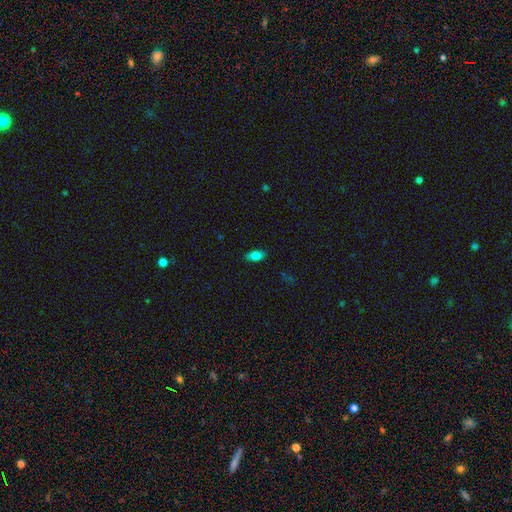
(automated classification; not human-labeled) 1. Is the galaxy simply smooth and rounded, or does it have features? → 84% smooth, 10% star or artifact, 6% featured or disk.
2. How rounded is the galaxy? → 91% in between, 6% cigar-shaped, 3% round.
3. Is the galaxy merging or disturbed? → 86% none, 11% minor disturbance, 3% major disturbance, 1% merger.